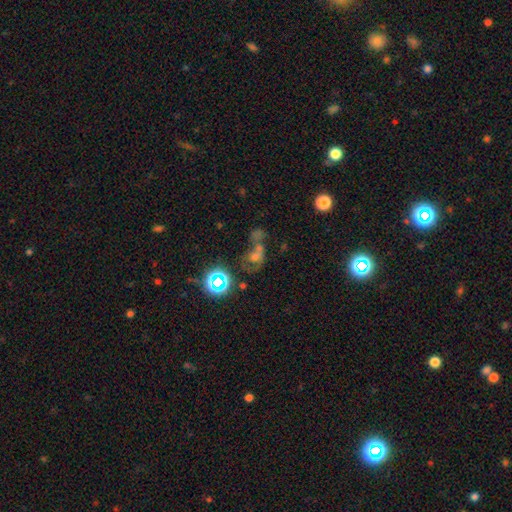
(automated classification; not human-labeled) star or artifact 37%, smooth 36%, featured or disk 27%.